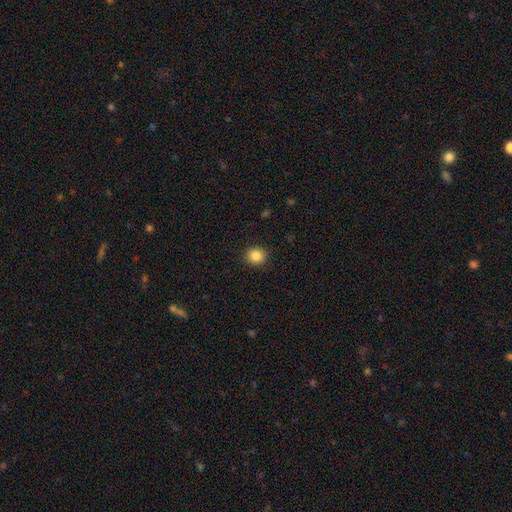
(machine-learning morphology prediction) Overall: smooth (86%). How rounded: round (86%). Merging: none (91%).